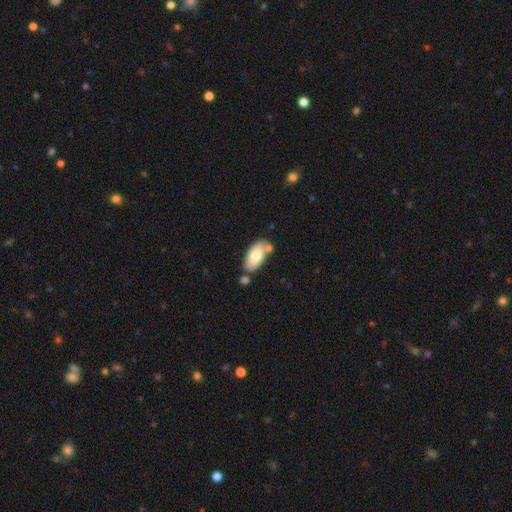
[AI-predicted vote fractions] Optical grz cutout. It shows a smooth galaxy with no disk features (75%) that is in between round and cigar-shaped (93%). Merging: none (63%).